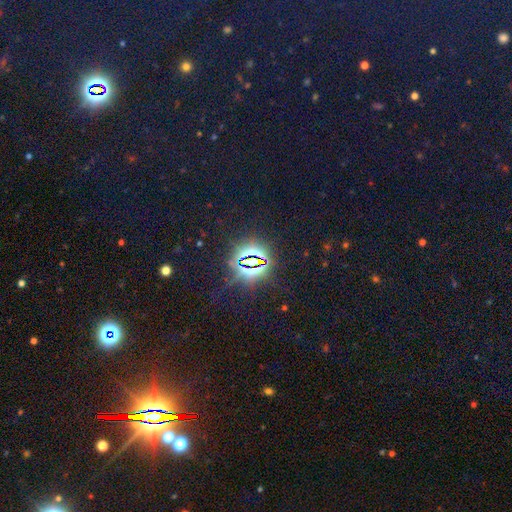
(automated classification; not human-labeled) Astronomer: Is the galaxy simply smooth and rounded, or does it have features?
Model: star or artifact — 83%.